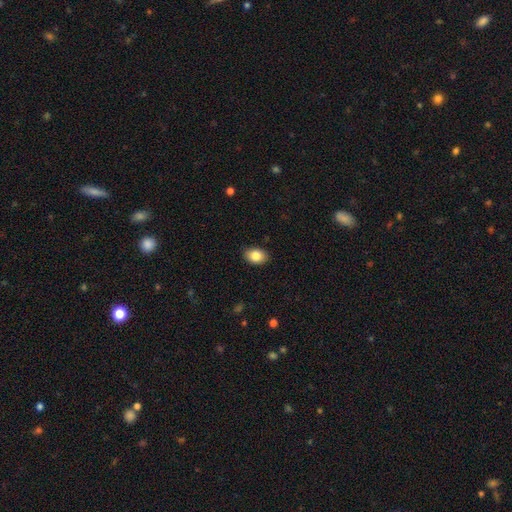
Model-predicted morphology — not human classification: This appears to be a smooth galaxy with no disk features (85%) that is in between round and cigar-shaped (78%). Merging: none (88%).